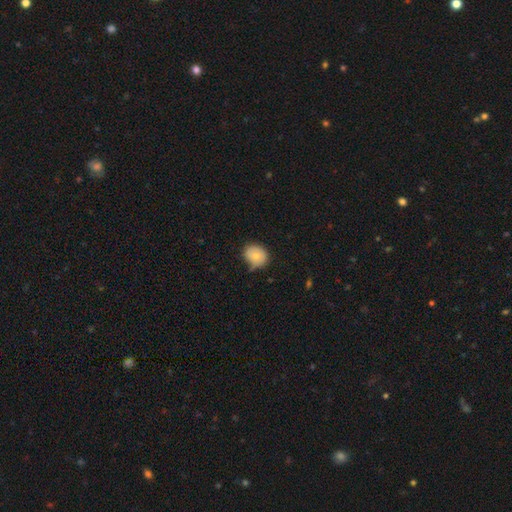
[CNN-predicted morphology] A smooth galaxy with no disk features (72%) that is round (65%). Merging: none (58%).